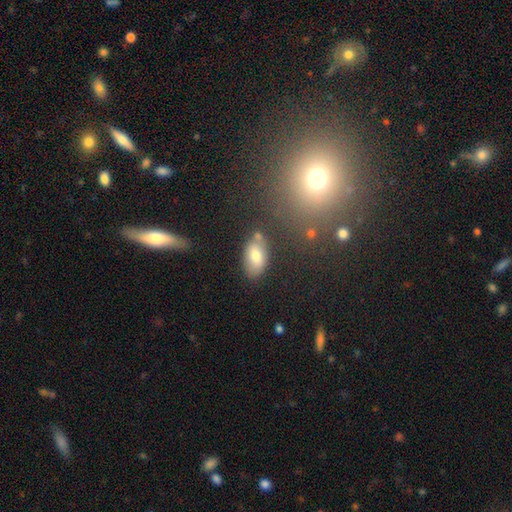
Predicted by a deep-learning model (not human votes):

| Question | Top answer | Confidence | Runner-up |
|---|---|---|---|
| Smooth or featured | smooth | 74% | featured or disk (17%) |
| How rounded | in between | 92% | round (5%) |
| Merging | none | 72% | minor disturbance (16%) |